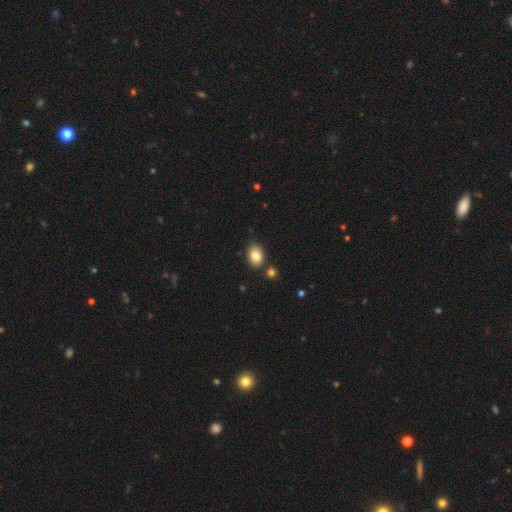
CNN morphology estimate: Smooth or featured? smooth (85%)
How rounded? in between (80%)
Merging? none (78%)